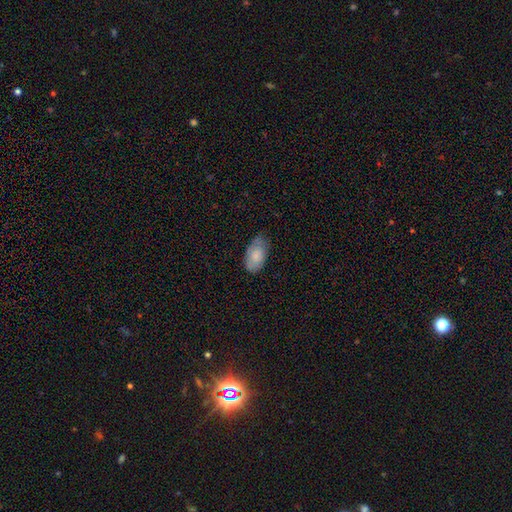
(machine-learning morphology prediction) Overall: smooth (79%). How rounded: in between (94%). Merging: none (63%; minor disturbance 30%).